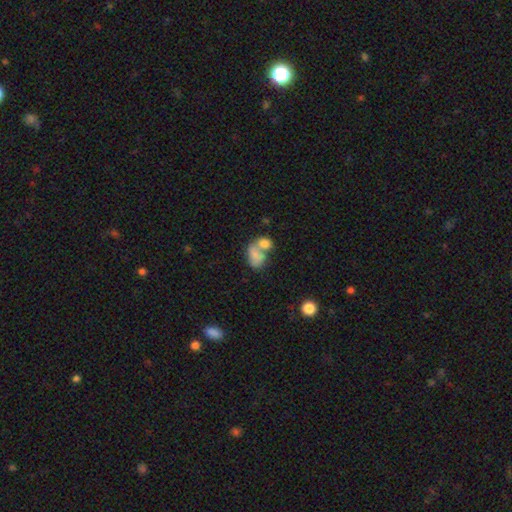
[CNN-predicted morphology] Smooth or featured? Predicted: smooth (p=0.73). How rounded? Predicted: in between (p=0.77). Merging? Predicted: merger (p=0.66).